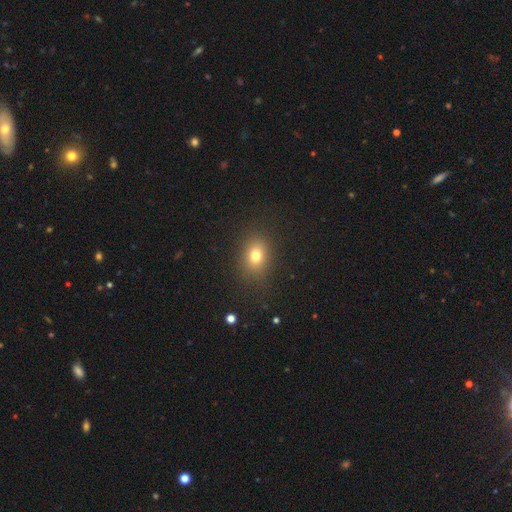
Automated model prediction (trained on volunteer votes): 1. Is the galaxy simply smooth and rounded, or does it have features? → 76% smooth, 15% star or artifact, 10% featured or disk.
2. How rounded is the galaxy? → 54% in between, 44% round, 1% cigar-shaped.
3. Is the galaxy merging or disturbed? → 85% none, 9% minor disturbance, 4% major disturbance, 1% merger.